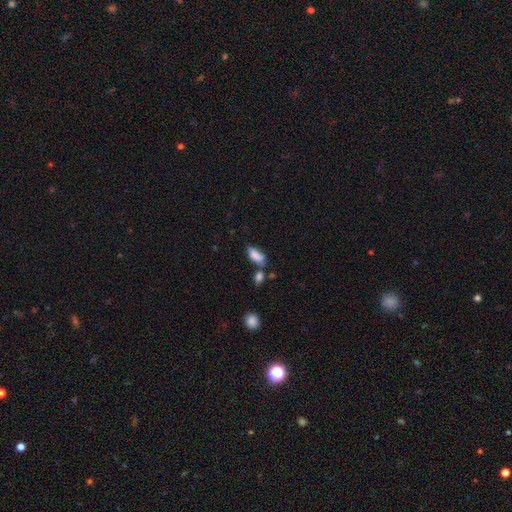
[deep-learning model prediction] smooth 82%, featured or disk 9%, star or artifact 9%. Down the decision tree: how rounded — in between (84%); merging — none (47%).